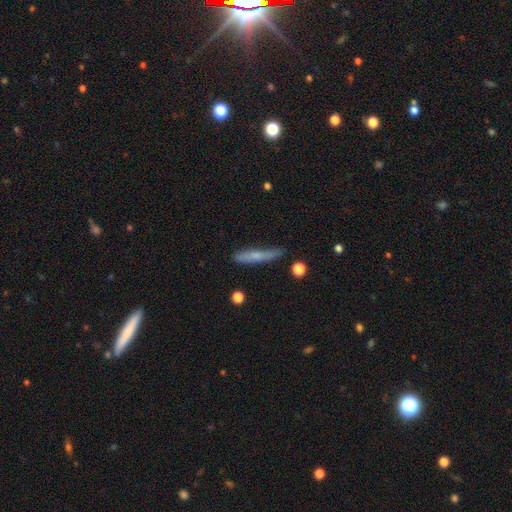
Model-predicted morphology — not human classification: Smooth or featured? smooth (60%)
How rounded? cigar-shaped (91%)
Merging? none (73%)